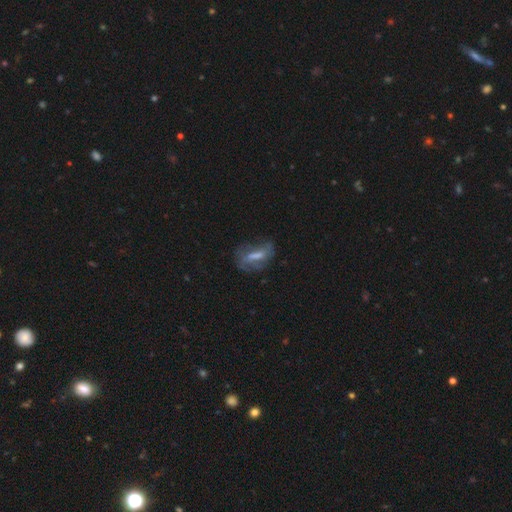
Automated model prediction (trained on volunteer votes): smooth-or-featured: featured or disk: 50% | smooth: 40% | star or artifact: 10%
  disk-edge-on: no: 88% | yes: 12%
  merging: none: 49% | minor disturbance: 25% | major disturbance: 23% | merger: 3%